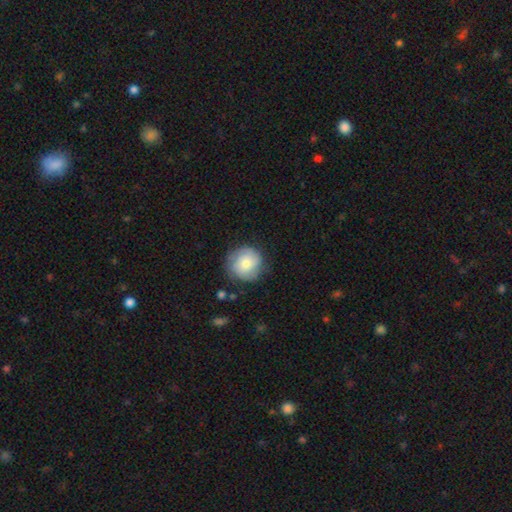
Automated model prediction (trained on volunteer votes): Morphology: type=smooth (47%); merging=none (82%).